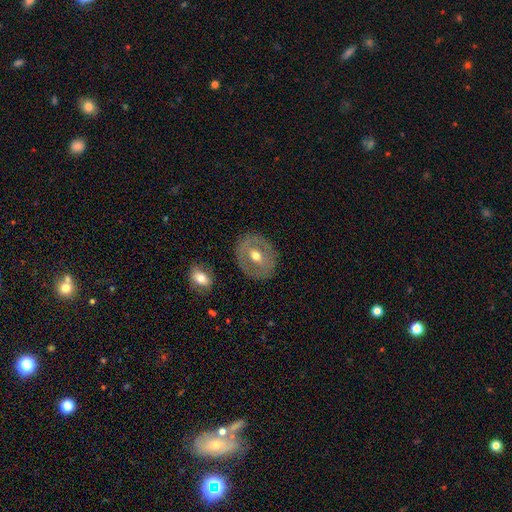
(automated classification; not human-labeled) smooth_or_featured: featured or disk (p=0.53) [alt: smooth p=0.41]
disk_edge_on: no (p=0.93) [alt: yes p=0.07]
merging: none (p=0.83) [alt: minor disturbance p=0.11]